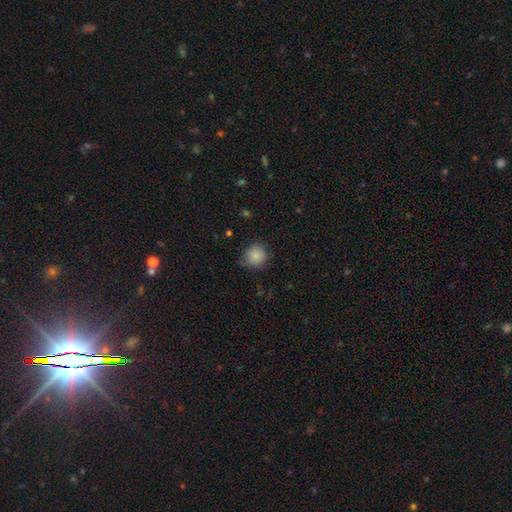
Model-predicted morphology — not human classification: smooth 86%, star or artifact 9%, featured or disk 5%. Down the decision tree: how rounded — round (89%); merging — none (74%).